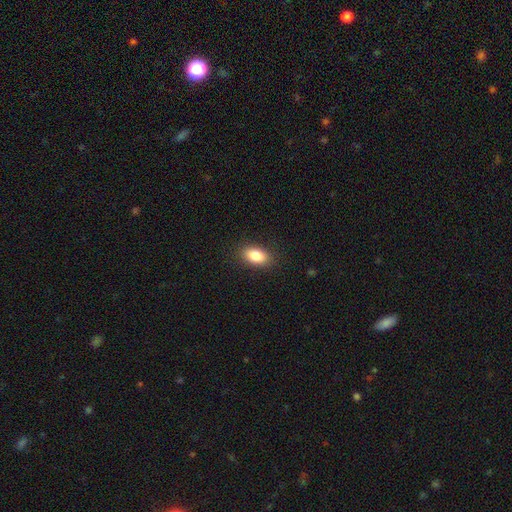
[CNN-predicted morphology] A smooth galaxy with no disk features (85%) that is in between round and cigar-shaped (90%). Merging: none (88%).